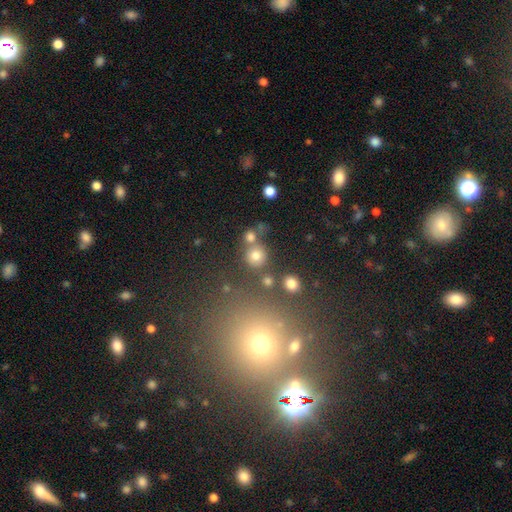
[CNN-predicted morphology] smooth 73%, star or artifact 17%, featured or disk 9%. Down the decision tree: how rounded — round (90%); merging — none (72%).